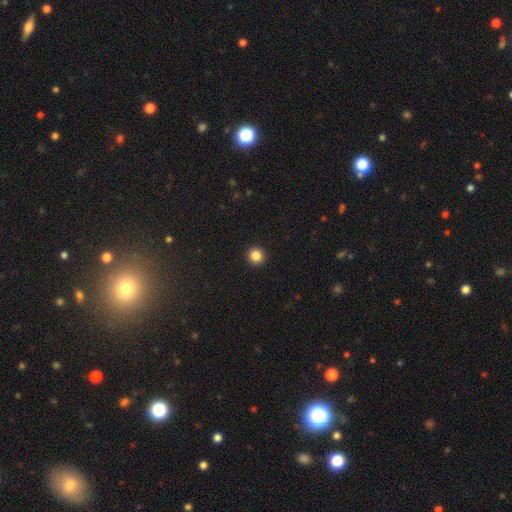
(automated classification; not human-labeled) A smooth galaxy with no disk features (85%) that is round (95%). Merging: none (94%).